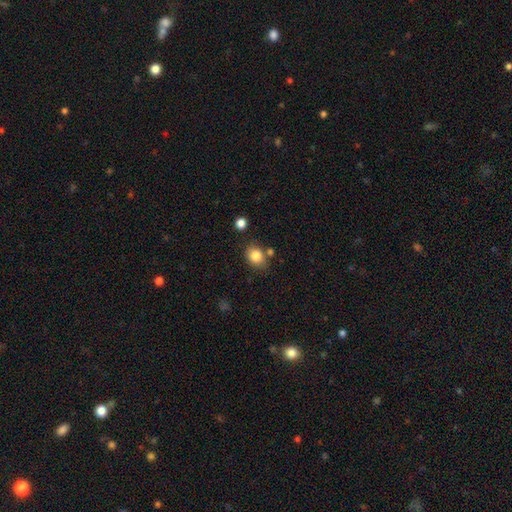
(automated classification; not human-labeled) Smooth or featured? smooth (85%)
How rounded? round (55%)
Merging? none (71%)